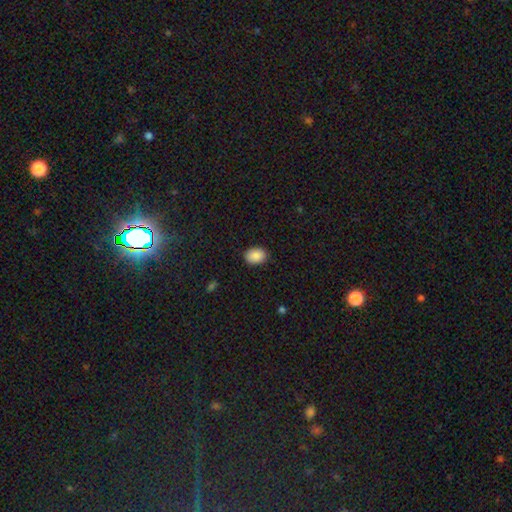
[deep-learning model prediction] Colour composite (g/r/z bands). It shows a smooth galaxy with no disk features (89%) that is in between round and cigar-shaped (70%). Merging: none (87%).